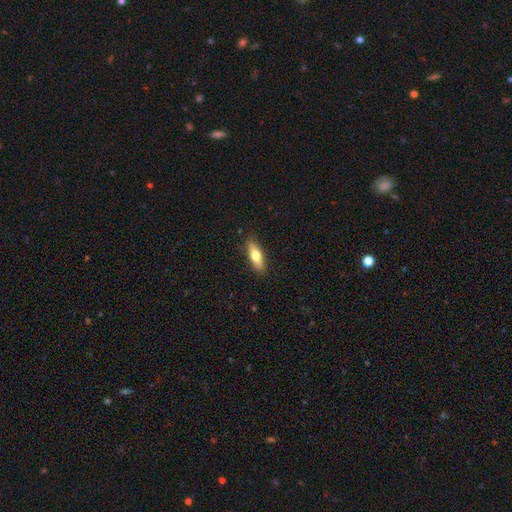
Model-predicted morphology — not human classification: Smooth or featured? smooth (65%)
How rounded? in between (58%)
Merging? none (87%)